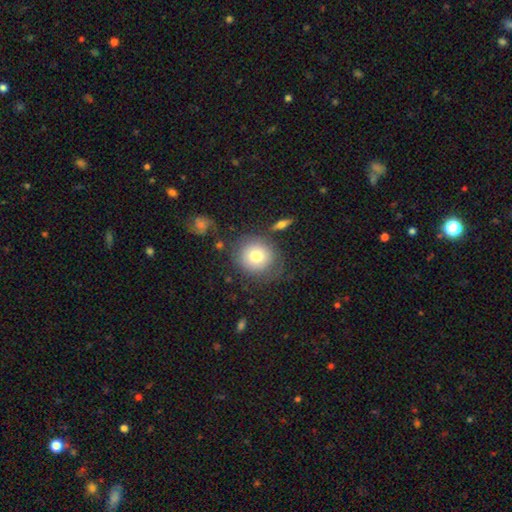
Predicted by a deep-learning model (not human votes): Smooth or featured? smooth (74%)
How rounded? round (87%)
Merging? none (72%)